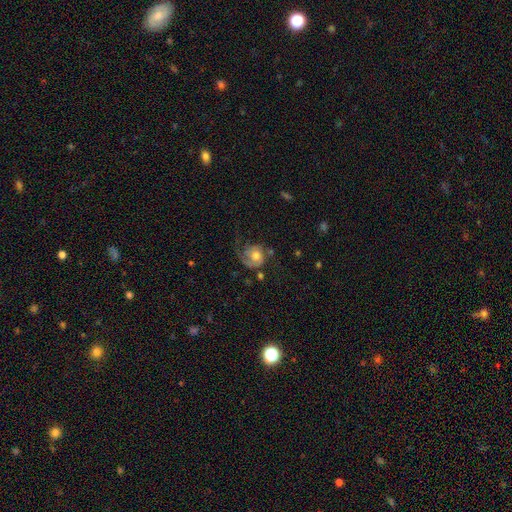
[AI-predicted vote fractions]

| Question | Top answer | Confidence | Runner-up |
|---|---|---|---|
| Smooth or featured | featured or disk | 70% | smooth (23%) |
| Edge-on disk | no | 98% | yes (2%) |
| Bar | no | 76% | weak (20%) |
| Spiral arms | yes | 92% | no (8%) |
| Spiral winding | medium | 38% | tight (32%) |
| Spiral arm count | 1 | 58% | 2 (29%) |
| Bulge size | moderate | 58% | small (18%) |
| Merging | none | 44% | major disturbance (31%) |